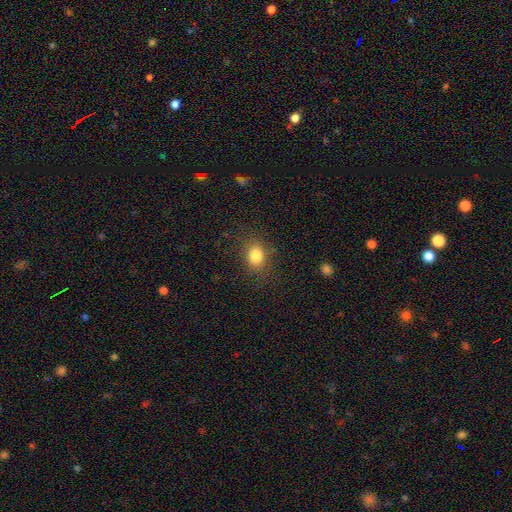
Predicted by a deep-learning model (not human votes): The model was most divided on "how rounded": in between: 51%, round: 48%, cigar-shaped: 1%. More confident: merging — none (84%); smooth or featured — smooth (82%).